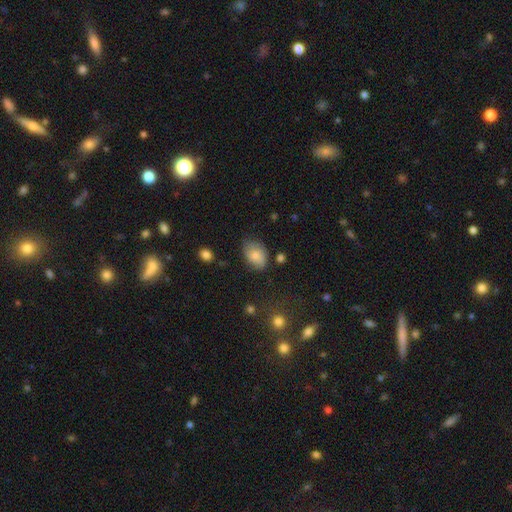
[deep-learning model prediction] Overall: smooth (75%). How rounded: in between (82%). Merging: none (63%; minor disturbance 28%).